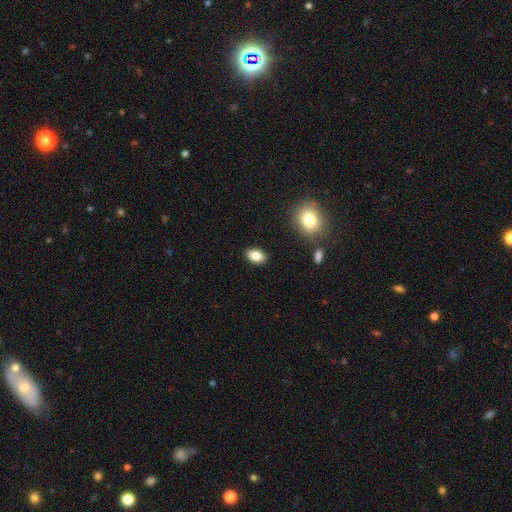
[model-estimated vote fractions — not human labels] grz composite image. It shows a smooth galaxy with no disk features (87%) that is in between round and cigar-shaped (86%). Merging: none (89%).